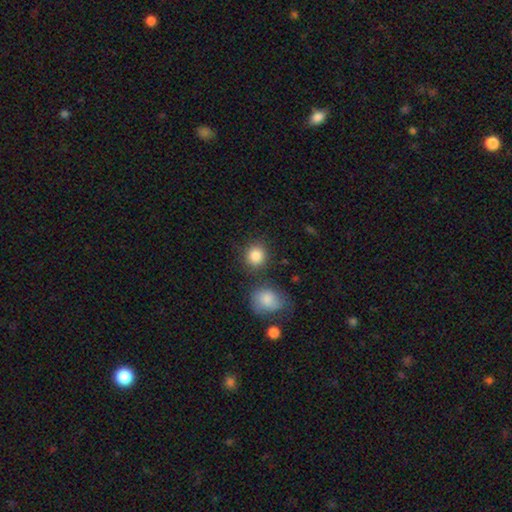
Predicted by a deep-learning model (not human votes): Smooth or featured?
  - smooth: 86% *
  - star or artifact: 9%
  - featured or disk: 5%
How rounded?
  - round: 84% *
  - in between: 15%
  - cigar-shaped: 1%
Merging?
  - none: 75% *
  - merger: 11%
  - minor disturbance: 10%
  - major disturbance: 4%